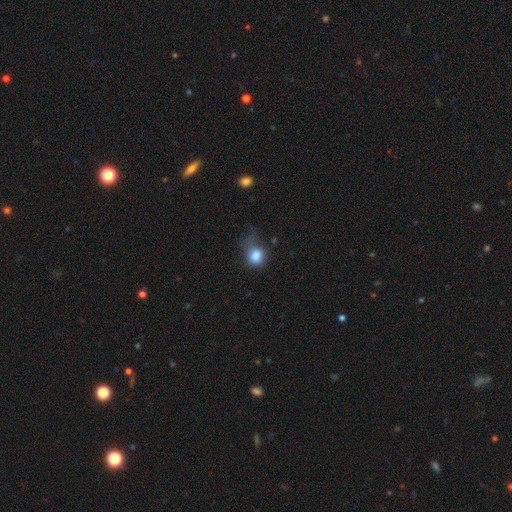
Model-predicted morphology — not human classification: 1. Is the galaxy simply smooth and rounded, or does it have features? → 82% smooth, 10% star or artifact, 8% featured or disk.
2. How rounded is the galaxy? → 63% round, 36% in between, 1% cigar-shaped.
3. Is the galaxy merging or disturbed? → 36% none, 34% minor disturbance, 26% major disturbance, 4% merger.